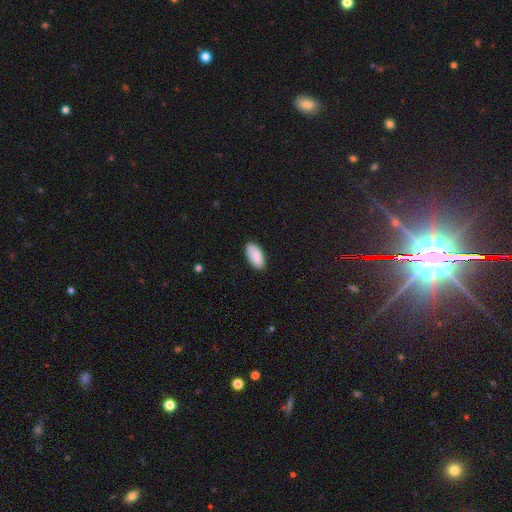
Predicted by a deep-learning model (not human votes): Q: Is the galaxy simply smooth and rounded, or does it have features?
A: smooth — 89%.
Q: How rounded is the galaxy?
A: in between — 93%.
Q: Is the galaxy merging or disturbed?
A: none — 87%.